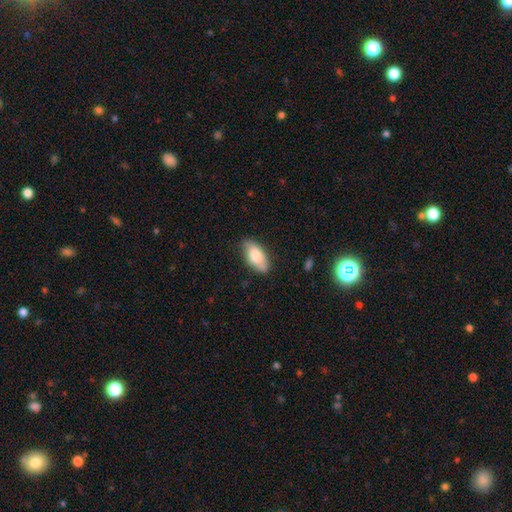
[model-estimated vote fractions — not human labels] smooth-or-featured: smooth: 78% | featured or disk: 16% | star or artifact: 6%
  how-rounded: in between: 90% | cigar-shaped: 7% | round: 3%
  merging: none: 78% | minor disturbance: 17% | major disturbance: 3% | merger: 1%